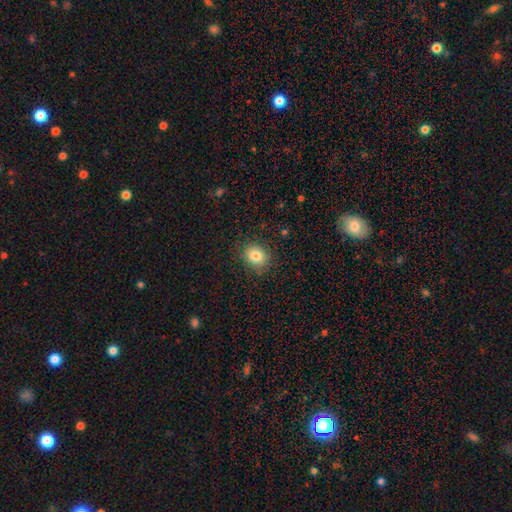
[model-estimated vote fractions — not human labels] This is clearly a smooth galaxy (81%). How rounded: likely round (65%). Merging: clearly none (84%).